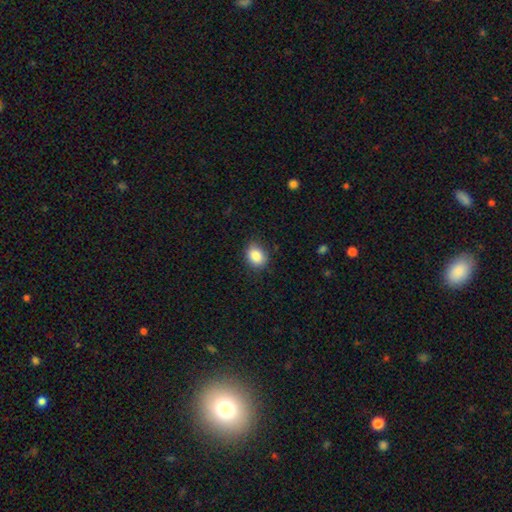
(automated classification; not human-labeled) smooth-or-featured: smooth: 87% | star or artifact: 8% | featured or disk: 5%
  how-rounded: in between: 59% | round: 40% | cigar-shaped: 1%
  merging: none: 81% | minor disturbance: 15% | major disturbance: 3% | merger: 1%